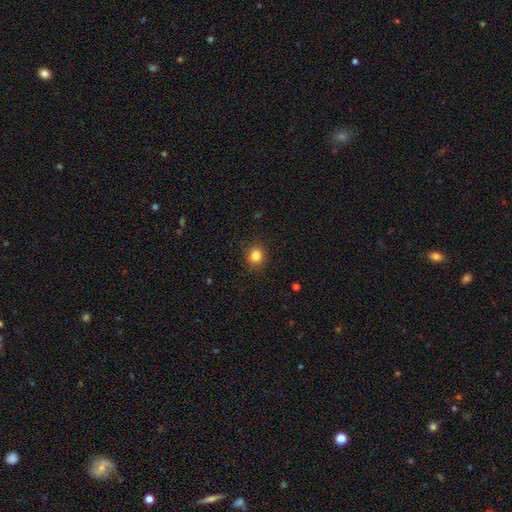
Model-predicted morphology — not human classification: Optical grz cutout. It shows a smooth galaxy with no disk features (83%) that is round (84%). Merging: none (89%).